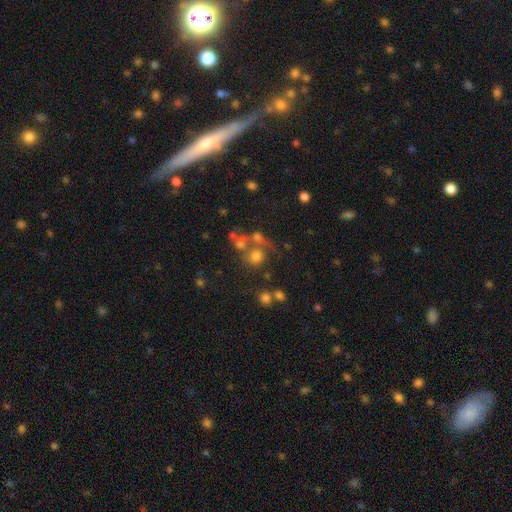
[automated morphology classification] The model was most divided on "merging": none: 46%, merger: 33%, minor disturbance: 10%, major disturbance: 10%. More confident: how rounded — round (83%); smooth or featured — smooth (60%).